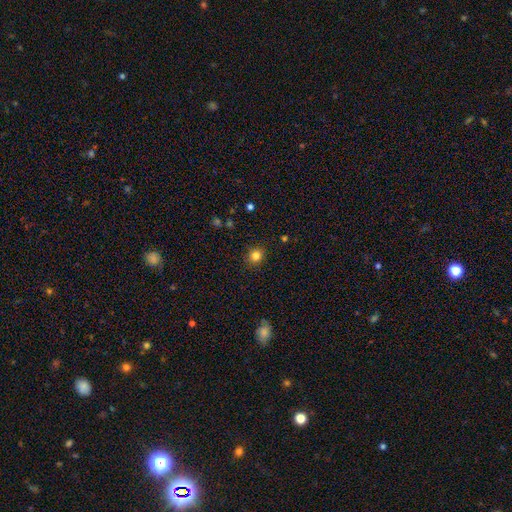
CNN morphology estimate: Smooth or featured?
  - smooth: 82% *
  - star or artifact: 13%
  - featured or disk: 5%
How rounded?
  - round: 81% *
  - in between: 18%
  - cigar-shaped: 1%
Merging?
  - none: 89% *
  - minor disturbance: 7%
  - major disturbance: 2%
  - merger: 1%